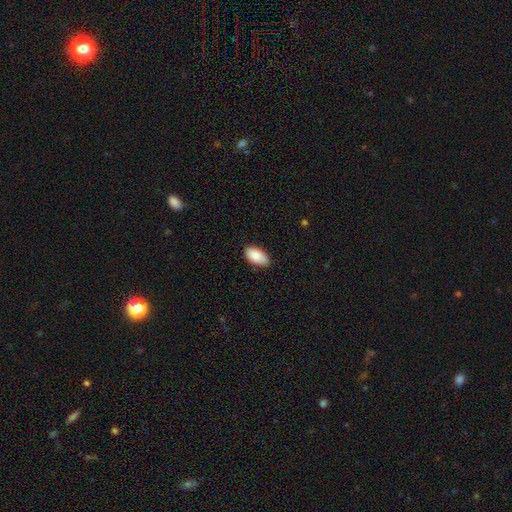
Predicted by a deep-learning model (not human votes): This is clearly a smooth galaxy (87%). How rounded: clearly in between (95%). Merging: clearly none (81%).